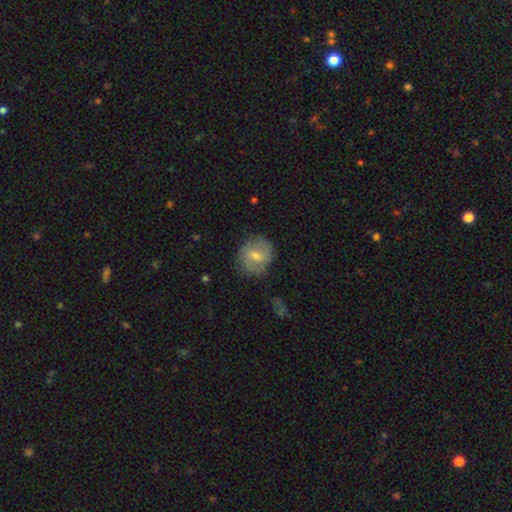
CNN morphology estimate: This appears to be a featured or disk galaxy (52%). Merging: none (74%).